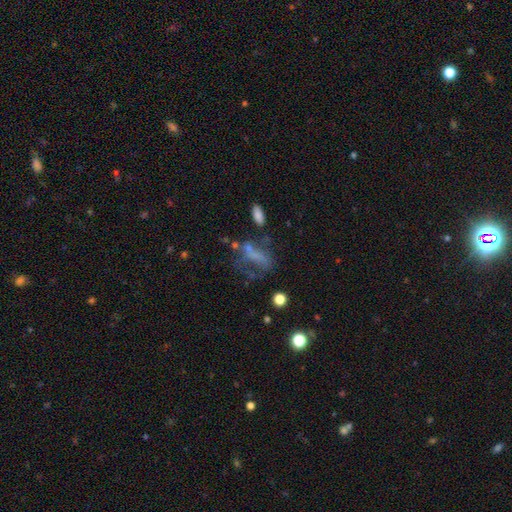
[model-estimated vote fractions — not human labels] A smooth galaxy with no disk features (43%). Merging: none (34%).